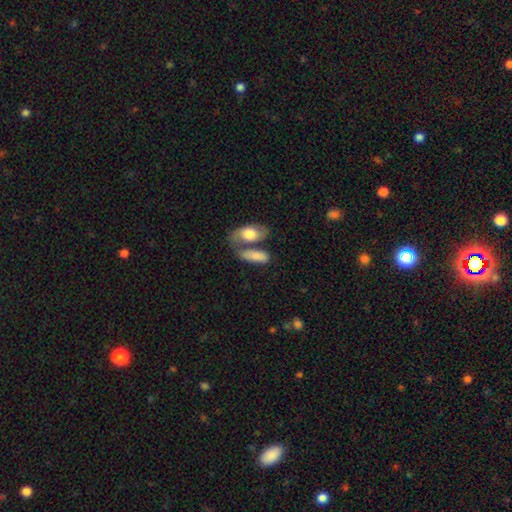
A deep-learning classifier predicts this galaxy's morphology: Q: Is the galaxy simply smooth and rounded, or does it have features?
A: smooth — 75%.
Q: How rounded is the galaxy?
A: in between — 80%.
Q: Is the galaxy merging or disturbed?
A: merger — 43%.